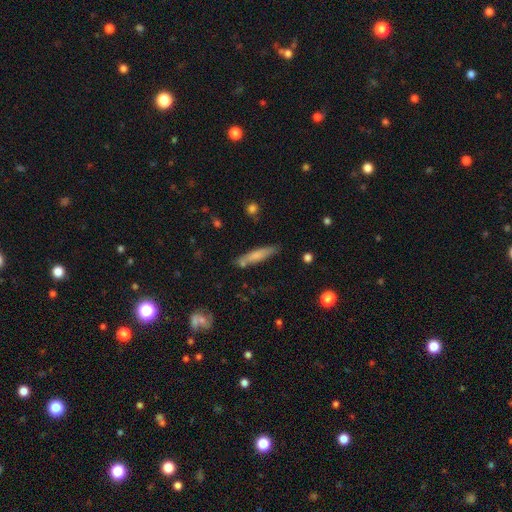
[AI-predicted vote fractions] smooth 68%, featured or disk 25%, star or artifact 7%. Down the decision tree: how rounded — cigar-shaped (87%); merging — none (78%).